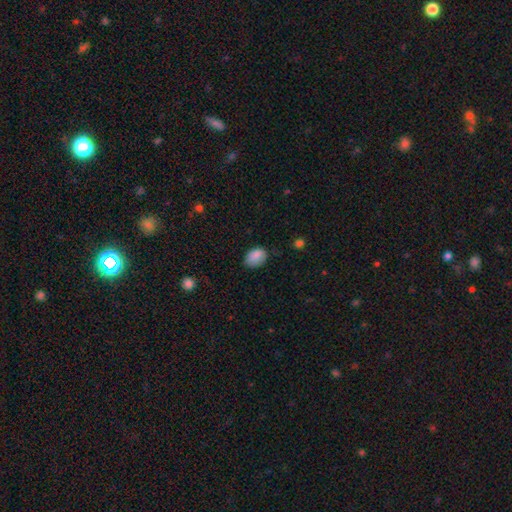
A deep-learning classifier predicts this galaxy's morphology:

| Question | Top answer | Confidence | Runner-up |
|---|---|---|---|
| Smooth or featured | smooth | 87% | star or artifact (8%) |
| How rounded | in between | 80% | round (19%) |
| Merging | none | 70% | minor disturbance (25%) |